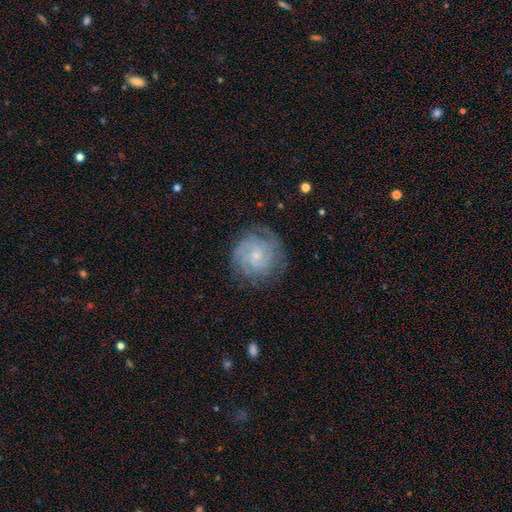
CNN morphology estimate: Q: Smooth or featured?
A: featured or disk (80%); runner-up: smooth (14%)
Q: Edge-on disk?
A: no (98%); runner-up: yes (2%)
Q: Bar?
A: no (70%); runner-up: weak (26%)
Q: Spiral arms?
A: yes (95%); runner-up: no (5%)
Q: Spiral winding?
A: tight (72%); runner-up: medium (23%)
Q: Spiral arm count?
A: can't tell (31%); runner-up: 2 (23%)
Q: Bulge size?
A: small (75%); runner-up: moderate (19%)
Q: Merging?
A: none (78%); runner-up: minor disturbance (15%)